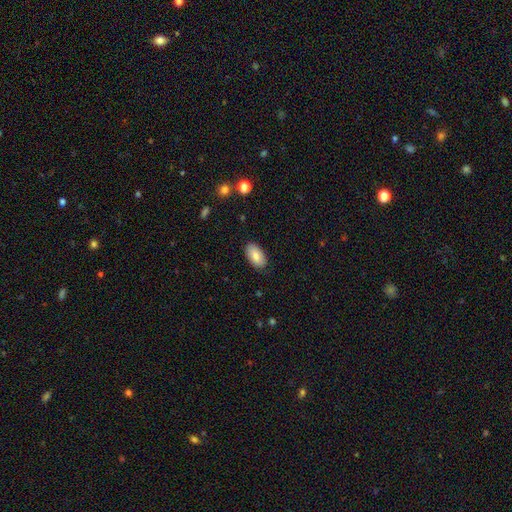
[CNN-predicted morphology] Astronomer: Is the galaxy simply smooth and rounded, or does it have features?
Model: smooth — 82%.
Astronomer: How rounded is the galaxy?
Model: in between — 94%.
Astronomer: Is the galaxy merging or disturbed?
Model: none — 86%.